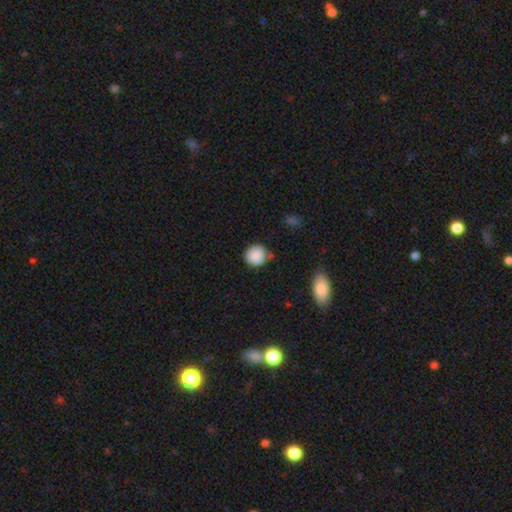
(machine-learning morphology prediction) Smooth or featured?
  - smooth: 88% *
  - star or artifact: 8%
  - featured or disk: 3%
How rounded?
  - round: 91% *
  - in between: 8%
  - cigar-shaped: 1%
Merging?
  - none: 79% *
  - minor disturbance: 12%
  - merger: 5%
  - major disturbance: 3%